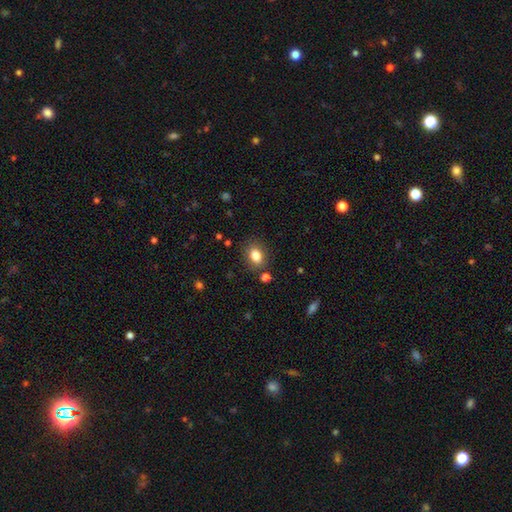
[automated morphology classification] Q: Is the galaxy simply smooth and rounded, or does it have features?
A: smooth — 83%.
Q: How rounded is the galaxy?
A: in between — 68%.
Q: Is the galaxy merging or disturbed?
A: none — 82%.